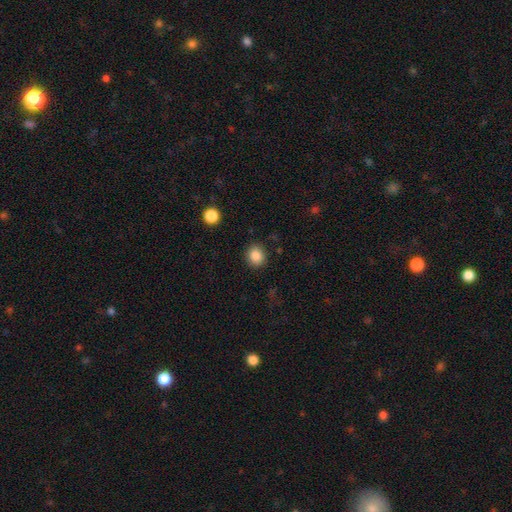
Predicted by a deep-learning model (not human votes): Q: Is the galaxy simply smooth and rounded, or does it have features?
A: smooth — 86%.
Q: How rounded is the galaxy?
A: round — 78%.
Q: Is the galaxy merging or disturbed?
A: none — 88%.